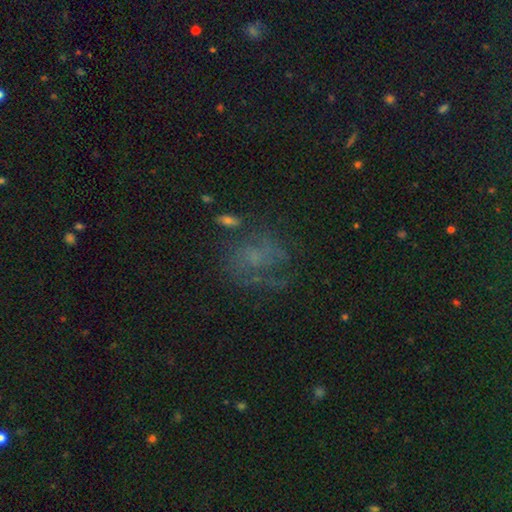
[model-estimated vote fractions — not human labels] Morphology: type=featured or disk (44%); merging=none (52%).